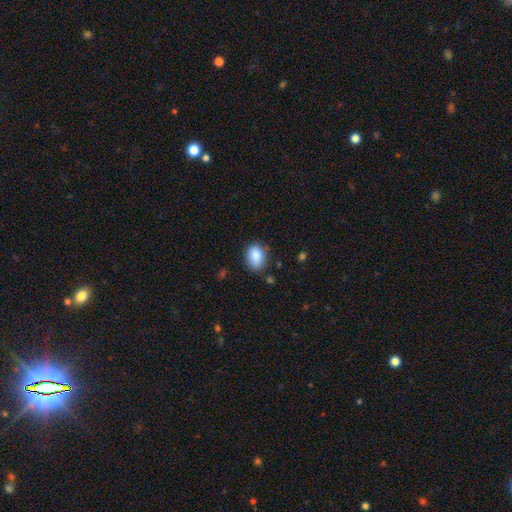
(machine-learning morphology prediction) Smooth or featured: smooth — 87% (star or artifact — 8%)
How rounded: in between — 79% (round — 19%)
Merging: none — 76% (minor disturbance — 18%)